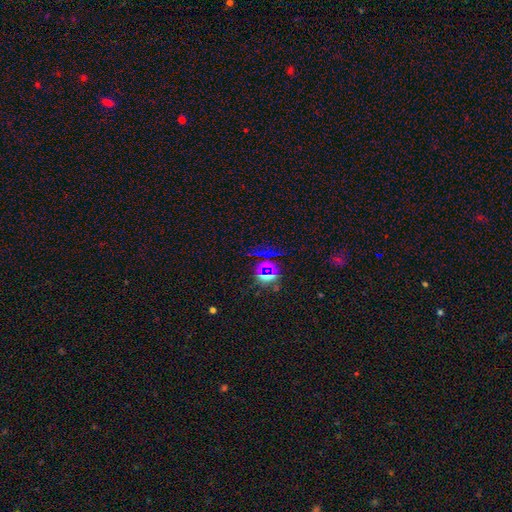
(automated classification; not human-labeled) Morphology: type=star or artifact (72%).